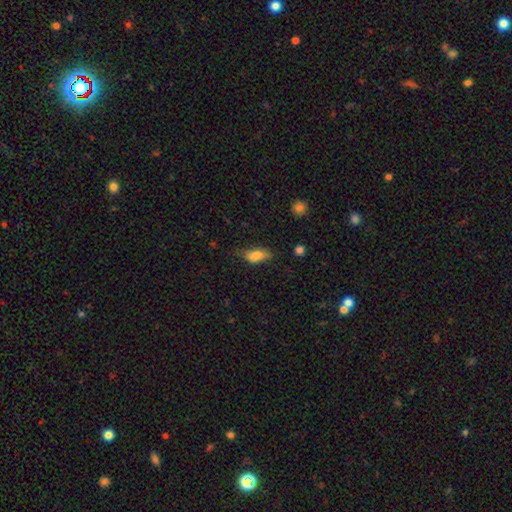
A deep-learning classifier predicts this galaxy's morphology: smooth_or_featured: smooth (p=0.77) [alt: featured or disk p=0.15]
how_rounded: in between (p=0.77) [alt: cigar-shaped p=0.19]
merging: none (p=0.59) [alt: minor disturbance p=0.29]